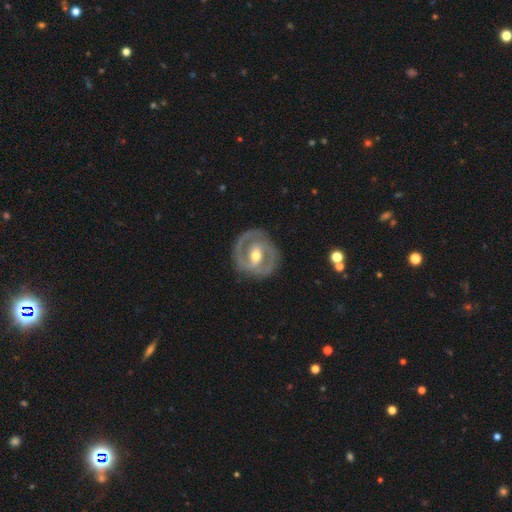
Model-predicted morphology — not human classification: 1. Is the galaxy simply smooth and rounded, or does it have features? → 86% featured or disk, 10% smooth, 4% star or artifact.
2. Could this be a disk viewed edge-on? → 97% no, 3% yes.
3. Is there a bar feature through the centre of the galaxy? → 41% weak, 40% strong, 19% no.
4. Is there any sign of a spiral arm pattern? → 86% yes, 14% no.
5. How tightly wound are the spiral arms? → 49% tight, 42% medium, 10% loose.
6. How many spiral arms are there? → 84% 2, 7% can't tell, 4% 1, 3% 3, 1% 4, 1% more than 4.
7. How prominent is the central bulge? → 72% moderate, 21% small, 5% large, 1% none, 1% dominant.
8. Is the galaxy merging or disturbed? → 82% none, 12% minor disturbance, 5% major disturbance, 1% merger.